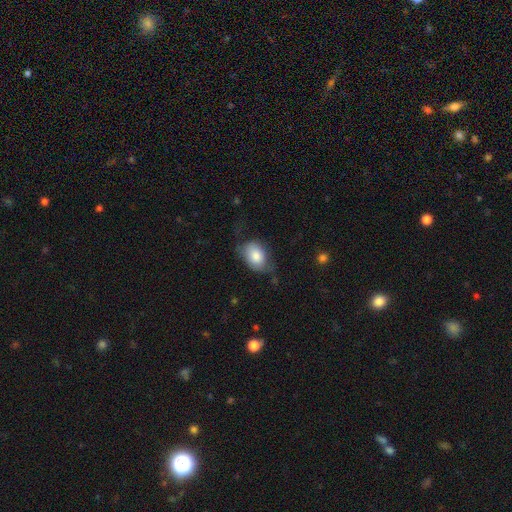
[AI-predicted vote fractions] Overall: smooth (79%). How rounded: in between (80%). Merging: none (47%; minor disturbance 34%).